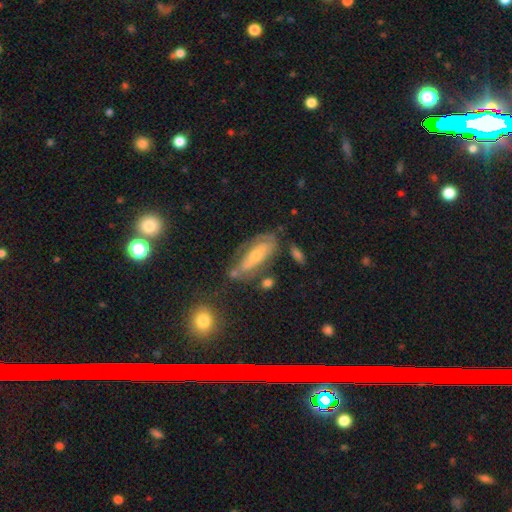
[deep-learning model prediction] smooth_or_featured: featured or disk (p=0.59) [alt: smooth p=0.31]
disk_edge_on: no (p=0.78) [alt: yes p=0.22]
merging: none (p=0.56) [alt: minor disturbance p=0.25]